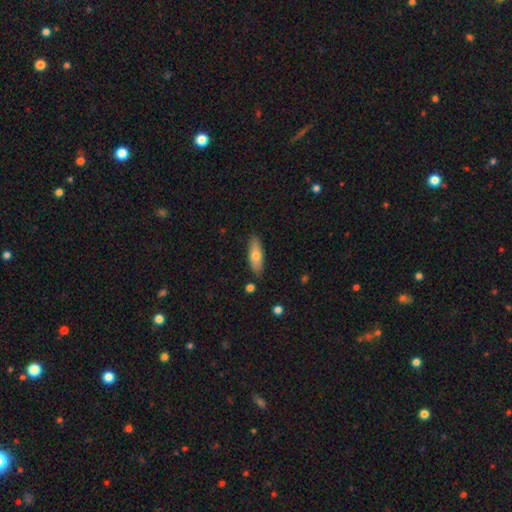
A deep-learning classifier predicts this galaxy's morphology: smooth-or-featured: smooth: 70% | featured or disk: 24% | star or artifact: 6%
  how-rounded: in between: 62% | cigar-shaped: 36% | round: 2%
  merging: none: 85% | minor disturbance: 11% | merger: 2% | major disturbance: 2%